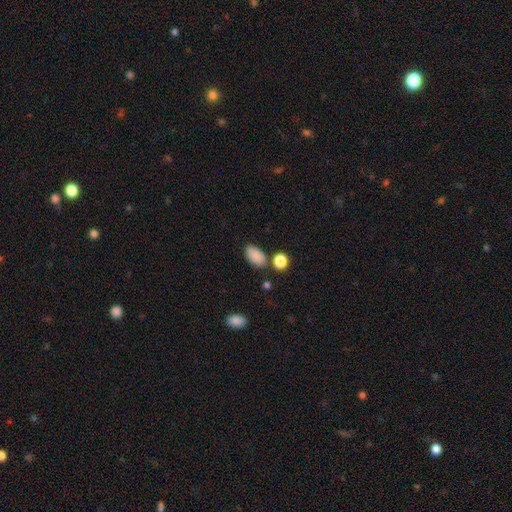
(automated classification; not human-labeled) This is clearly a smooth galaxy (86%). How rounded: clearly in between (92%). Merging: likely none (74%).